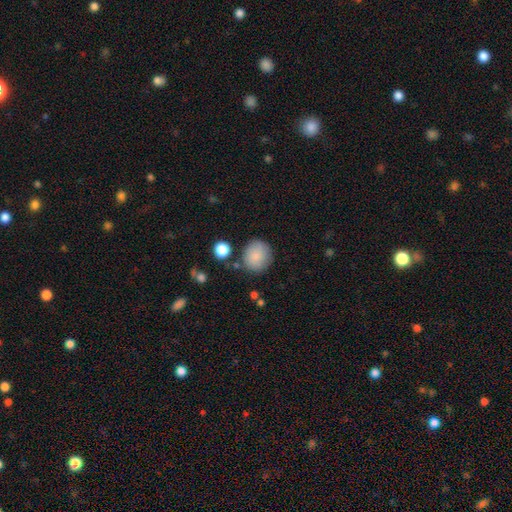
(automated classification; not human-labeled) smooth 86%, star or artifact 8%, featured or disk 7%. Down the decision tree: how rounded — round (80%); merging — none (77%).